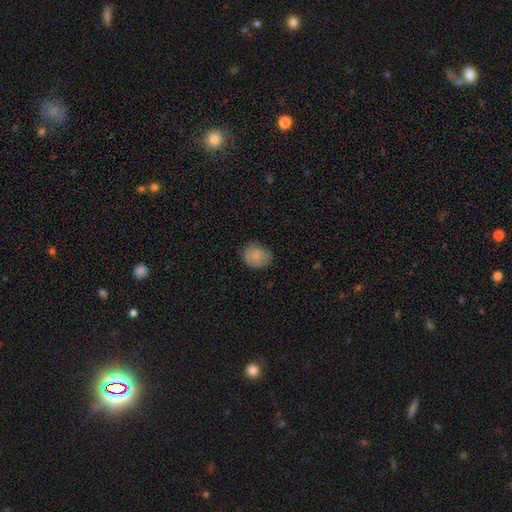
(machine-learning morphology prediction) Smooth or featured? smooth (83%)
How rounded? round (53%)
Merging? none (73%)